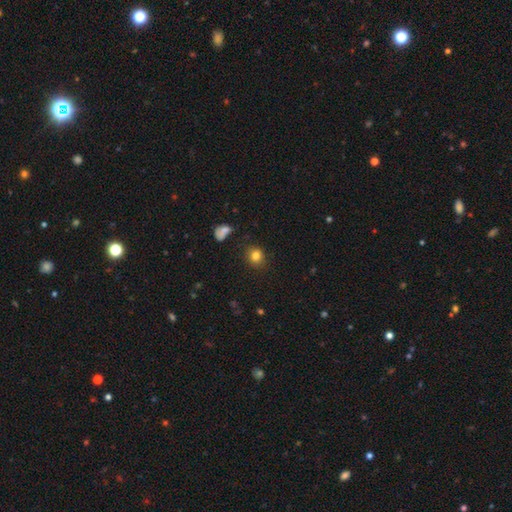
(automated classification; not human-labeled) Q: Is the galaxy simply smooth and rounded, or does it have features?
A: smooth — 82%.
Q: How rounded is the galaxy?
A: round — 79%.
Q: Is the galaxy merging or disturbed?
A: none — 85%.